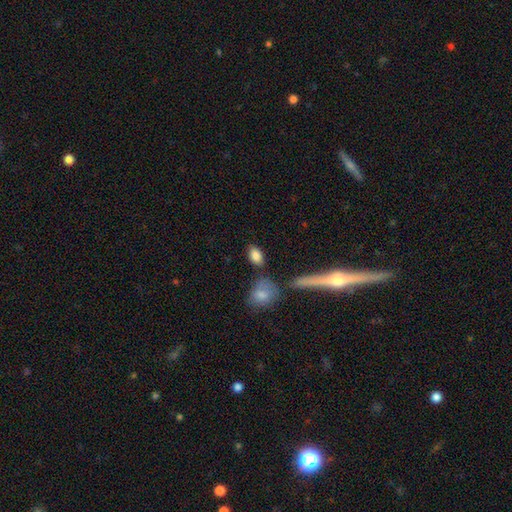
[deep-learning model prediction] This appears to be a smooth galaxy with no disk features (85%) that is in between round and cigar-shaped (88%). Merging: none (77%).